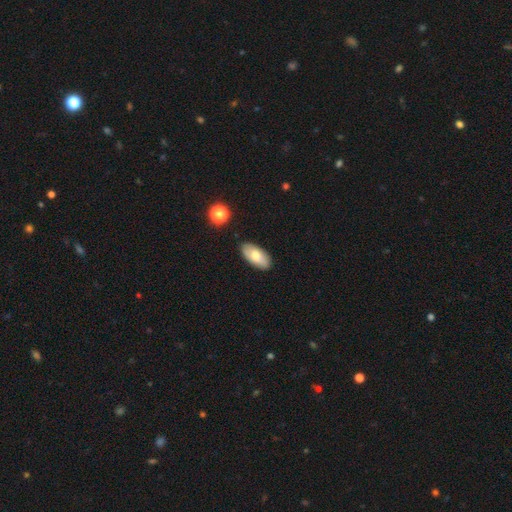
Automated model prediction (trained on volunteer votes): smooth-or-featured: smooth: 70% | featured or disk: 23% | star or artifact: 7%
  how-rounded: in between: 92% | cigar-shaped: 5% | round: 3%
  merging: none: 87% | minor disturbance: 9% | major disturbance: 2% | merger: 2%